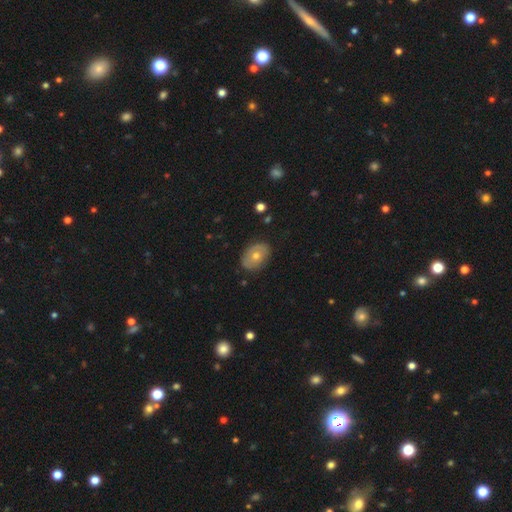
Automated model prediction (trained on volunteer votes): This appears to be a smooth galaxy with no disk features (54%) that is in between round and cigar-shaped (72%). Merging: none (84%).